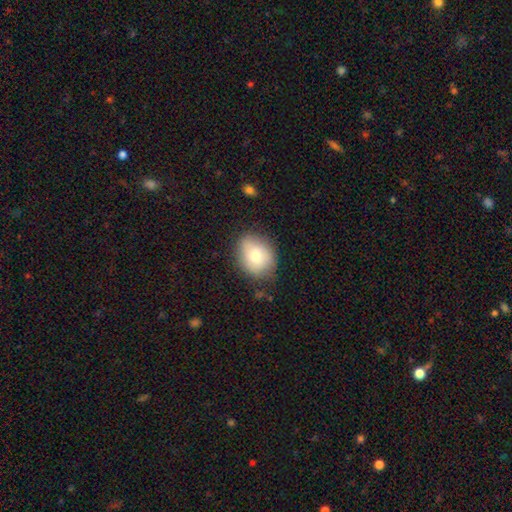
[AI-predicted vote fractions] Overall: smooth (77%). How rounded: in between (53%; round 46%). Merging: none (76%).